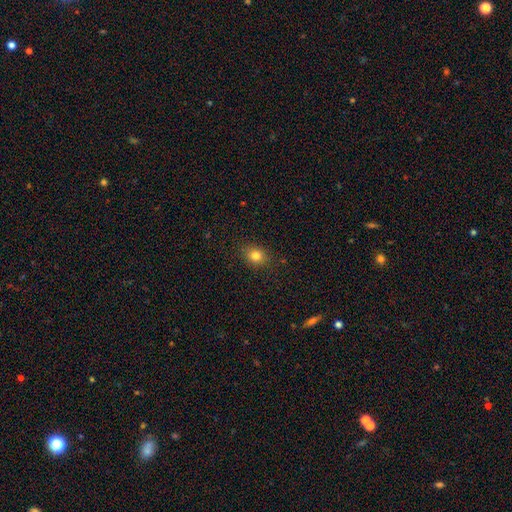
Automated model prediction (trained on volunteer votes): smooth-or-featured: smooth: 81% | star or artifact: 12% | featured or disk: 7%
  how-rounded: round: 60% | in between: 39% | cigar-shaped: 1%
  merging: none: 88% | minor disturbance: 9% | major disturbance: 2% | merger: 1%